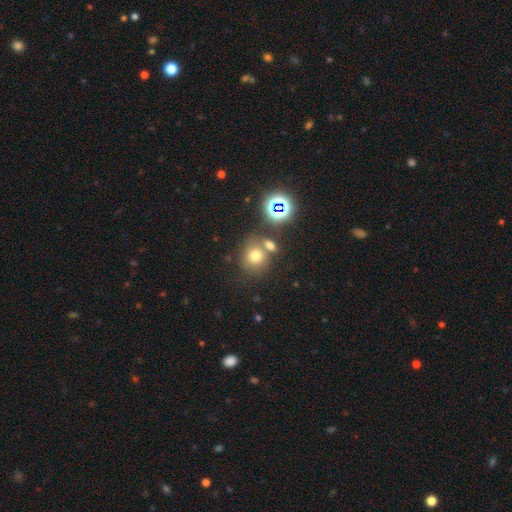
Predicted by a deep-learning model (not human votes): Smooth or featured? smooth (69%)
How rounded? round (78%)
Merging? none (54%)